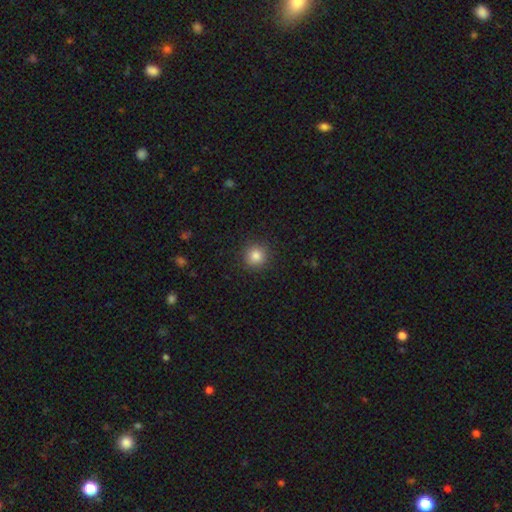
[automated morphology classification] type=smooth (84%); roundness=round (94%); merging=none (91%).